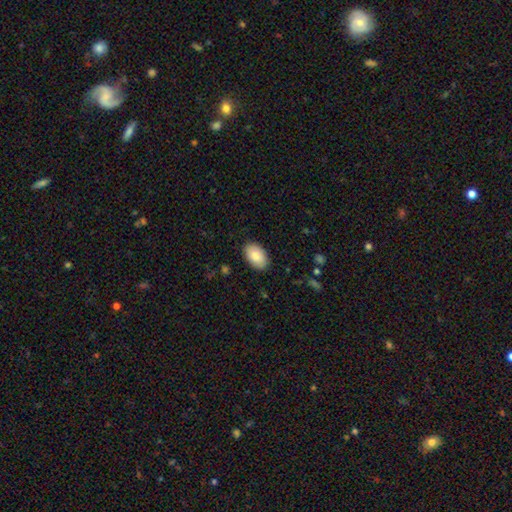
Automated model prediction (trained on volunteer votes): smooth_or_featured: smooth (p=0.87) [alt: featured or disk p=0.07]
how_rounded: in between (p=0.93) [alt: round p=0.06]
merging: none (p=0.88) [alt: minor disturbance p=0.09]